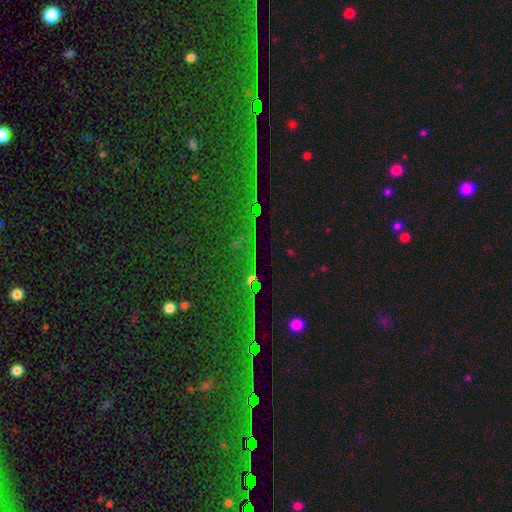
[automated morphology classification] star or artifact 83%, smooth 9%, featured or disk 8%.